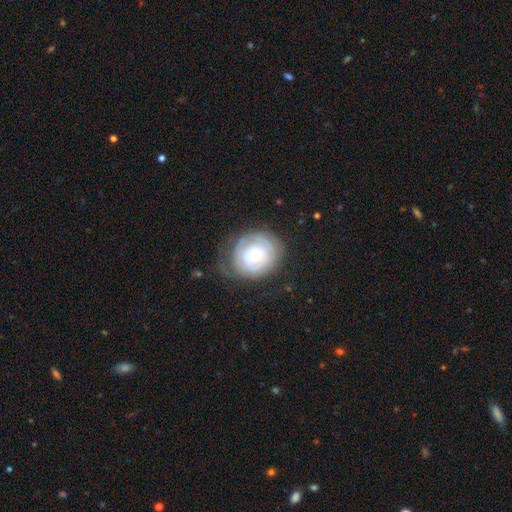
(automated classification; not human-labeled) smooth_or_featured: featured or disk (p=0.65) [alt: smooth p=0.29]
disk_edge_on: no (p=0.97) [alt: yes p=0.03]
bar: no (p=0.83) [alt: weak p=0.14]
has_spiral_arms: yes (p=0.64) [alt: no p=0.36]
bulge_size: moderate (p=0.54) [alt: small p=0.38]
merging: none (p=0.60) [alt: minor disturbance p=0.24]